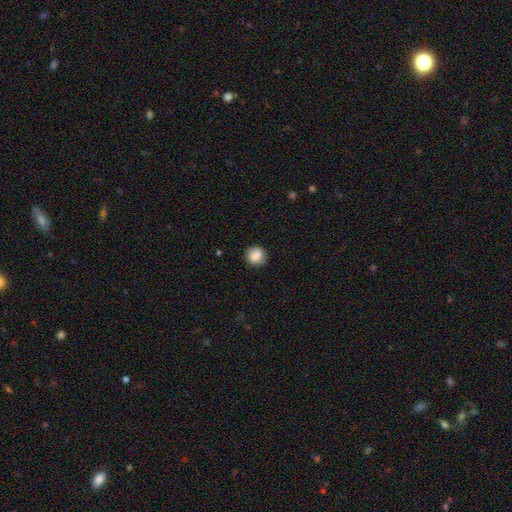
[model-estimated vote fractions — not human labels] Smooth or featured? Predicted: smooth (p=0.81). How rounded? Predicted: round (p=0.85). Merging? Predicted: none (p=0.86).